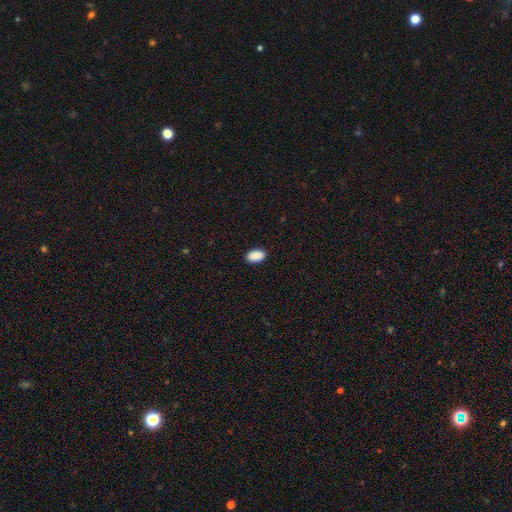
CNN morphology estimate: smooth-or-featured: smooth: 91% | star or artifact: 7% | featured or disk: 2%
  how-rounded: in between: 93% | round: 5% | cigar-shaped: 2%
  merging: none: 90% | minor disturbance: 8% | major disturbance: 2% | merger: 1%